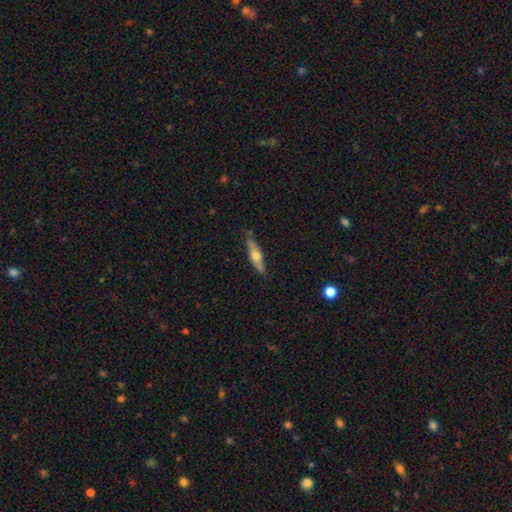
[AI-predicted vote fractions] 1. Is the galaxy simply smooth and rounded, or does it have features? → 50% smooth, 44% featured or disk, 5% star or artifact.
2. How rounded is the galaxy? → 71% cigar-shaped, 27% in between, 2% round.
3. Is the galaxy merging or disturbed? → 79% none, 16% minor disturbance, 3% major disturbance, 2% merger.